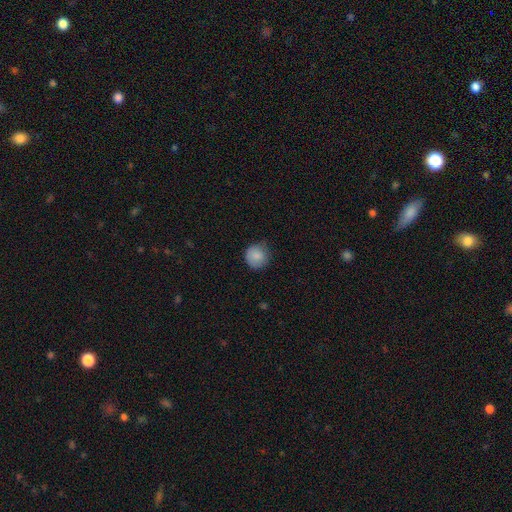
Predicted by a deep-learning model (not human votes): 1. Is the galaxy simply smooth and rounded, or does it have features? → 86% smooth, 8% star or artifact, 5% featured or disk.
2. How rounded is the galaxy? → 92% round, 7% in between, 1% cigar-shaped.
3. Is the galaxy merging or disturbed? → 74% none, 21% minor disturbance, 4% major disturbance, 1% merger.